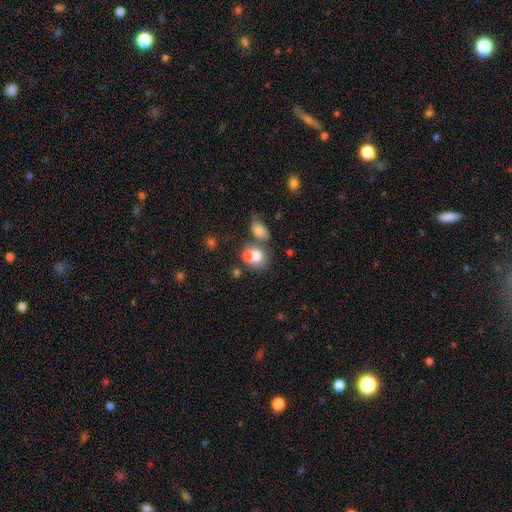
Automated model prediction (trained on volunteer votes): Smooth or featured? Predicted: smooth (p=0.70). How rounded? Predicted: round (p=0.57). Merging? Predicted: merger (p=0.57).